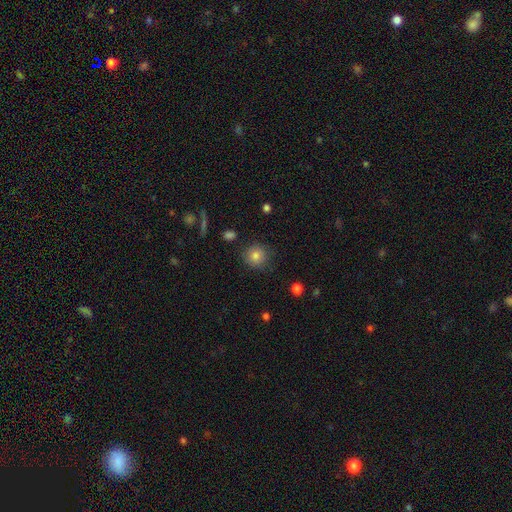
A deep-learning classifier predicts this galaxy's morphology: Smooth or featured? smooth (81%)
How rounded? round (91%)
Merging? none (86%)